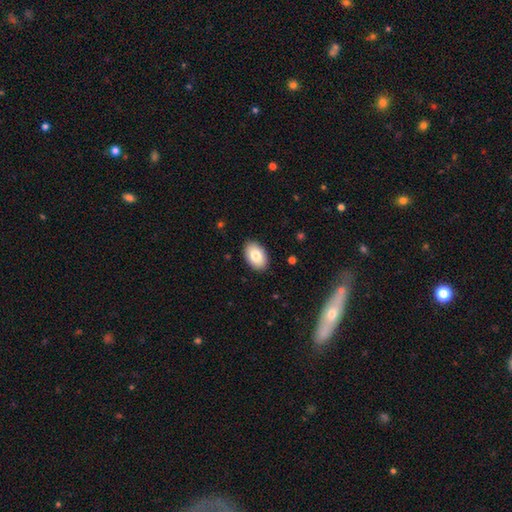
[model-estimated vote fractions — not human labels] Smooth or featured: smooth — 83% (featured or disk — 10%)
How rounded: in between — 91% (round — 8%)
Merging: none — 89% (minor disturbance — 8%)